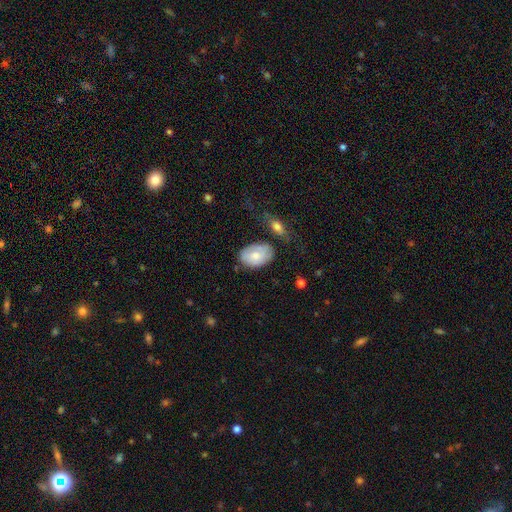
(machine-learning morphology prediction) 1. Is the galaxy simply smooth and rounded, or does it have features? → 71% smooth, 23% featured or disk, 6% star or artifact.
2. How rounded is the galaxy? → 89% in between, 10% round, 1% cigar-shaped.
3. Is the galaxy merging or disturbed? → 60% none, 26% minor disturbance, 8% major disturbance, 7% merger.